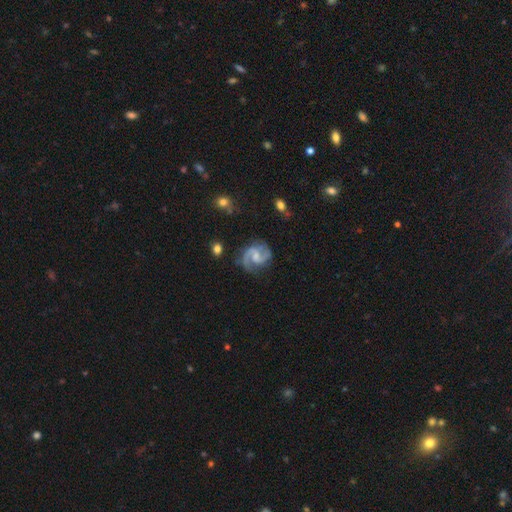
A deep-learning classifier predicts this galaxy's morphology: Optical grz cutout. It shows a featured or disk galaxy (90%) with a weak bar (51%), 2 (92%) medium (60%) spiral arms (98%) and a small central bulge (42%). Merging: none (75%).